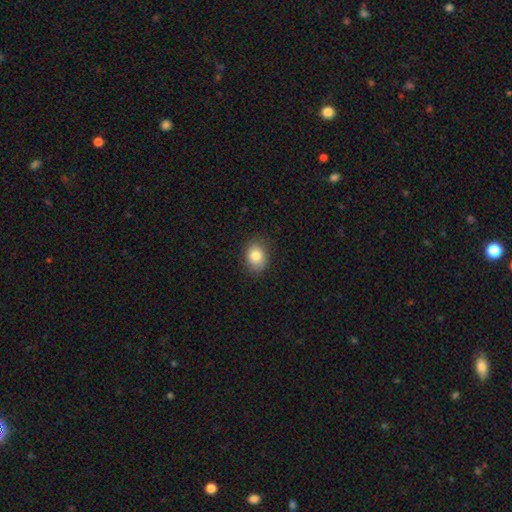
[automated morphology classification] Smooth or featured?
  - smooth: 83% *
  - star or artifact: 9%
  - featured or disk: 9%
How rounded?
  - in between: 58% *
  - round: 41%
  - cigar-shaped: 1%
Merging?
  - none: 82% *
  - minor disturbance: 14%
  - major disturbance: 3%
  - merger: 1%